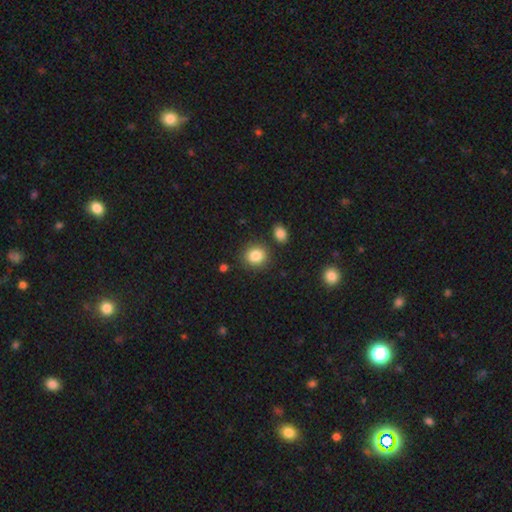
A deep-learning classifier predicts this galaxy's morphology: Q: Smooth or featured?
A: smooth (86%); runner-up: star or artifact (9%)
Q: How rounded?
A: round (80%); runner-up: in between (19%)
Q: Merging?
A: none (83%); runner-up: minor disturbance (9%)